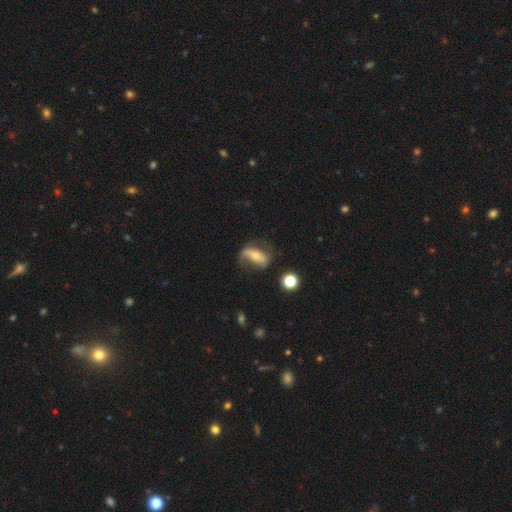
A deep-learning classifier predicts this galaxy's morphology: Smooth or featured? featured or disk (61%)
Edge-on disk? no (84%)
Bar? strong (51%)
Spiral arms? yes (71%)
Bulge size? small (49%)
Merging? none (52%)